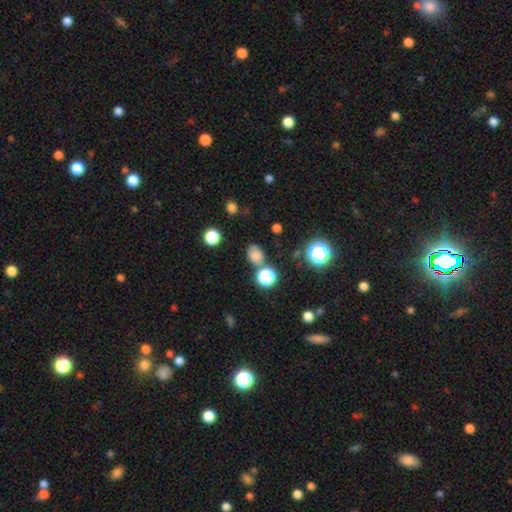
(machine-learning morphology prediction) Smooth or featured?
  - smooth: 73% *
  - star or artifact: 20%
  - featured or disk: 8%
How rounded?
  - in between: 49% * (tied)
  - round: 49% * (tied)
  - cigar-shaped: 1%
Merging?
  - none: 69% *
  - minor disturbance: 15%
  - merger: 11%
  - major disturbance: 5%